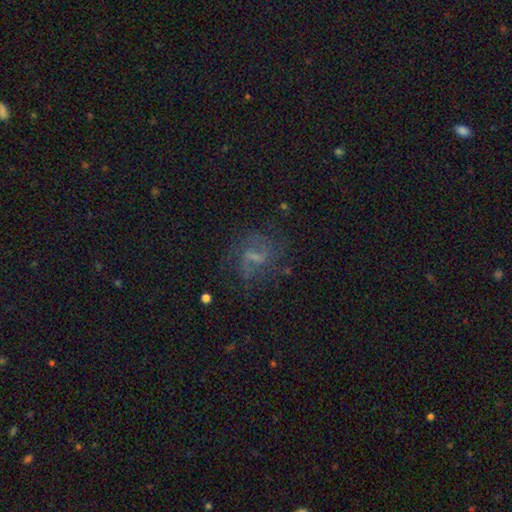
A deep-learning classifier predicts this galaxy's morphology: featured or disk 64%, smooth 21%, star or artifact 15%. Down the decision tree: edge-on disk — no (97%); bar — weak (54%); spiral arms — yes (80%); bulge size — small (40%); merging — none (62%).